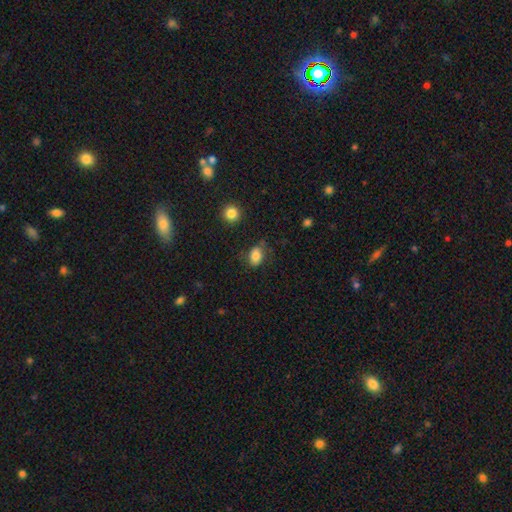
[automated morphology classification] Smooth or featured? smooth (81%)
How rounded? in between (81%)
Merging? none (68%)